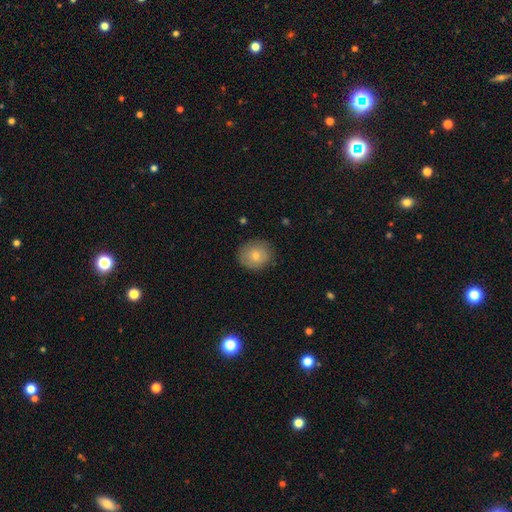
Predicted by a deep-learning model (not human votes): Overall: smooth (75%). How rounded: round (81%). Merging: none (84%).